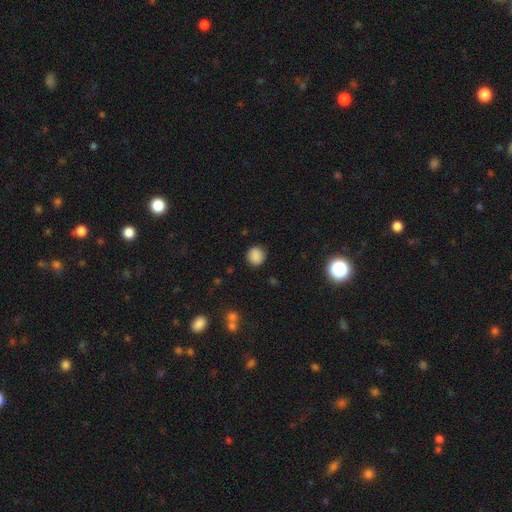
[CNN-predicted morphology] The model was most divided on "smooth or featured": smooth: 87%, star or artifact: 10%, featured or disk: 3%. More confident: merging — none (89%); how rounded — round (89%).